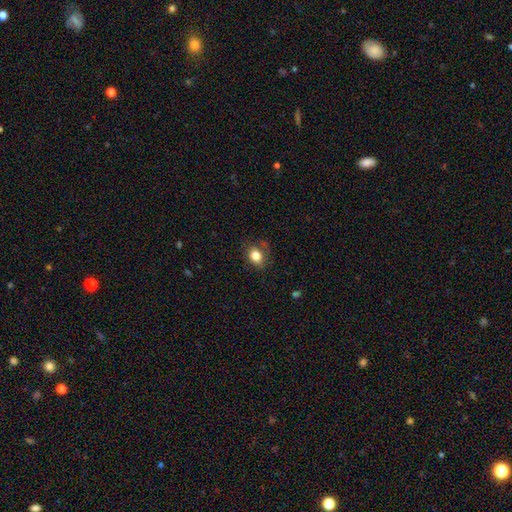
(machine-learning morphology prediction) Q: Smooth or featured?
A: smooth (81%); runner-up: star or artifact (10%)
Q: How rounded?
A: in between (62%); runner-up: round (37%)
Q: Merging?
A: none (71%); runner-up: minor disturbance (21%)